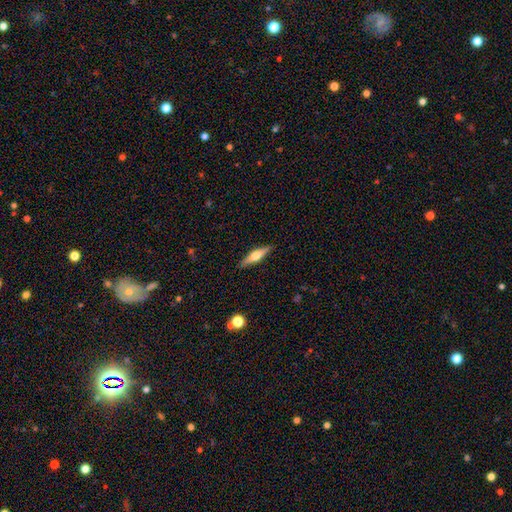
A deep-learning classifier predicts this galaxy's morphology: Smooth or featured? featured or disk (57%)
Edge-on disk? yes (96%)
Edge-on bulge? rounded (92%)
Merging? none (90%)